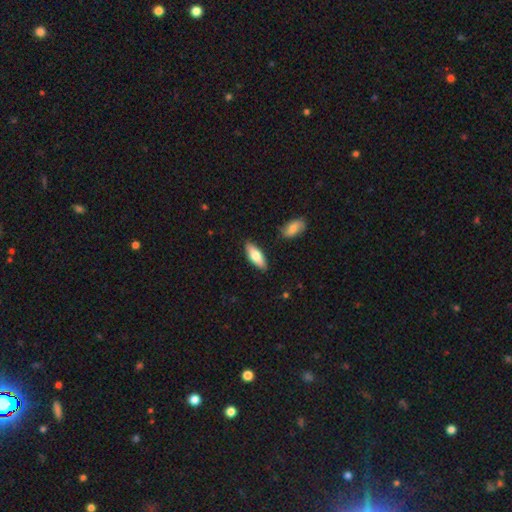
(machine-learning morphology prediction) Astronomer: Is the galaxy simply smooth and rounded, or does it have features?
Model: smooth — 72%.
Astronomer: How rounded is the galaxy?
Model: in between — 65%.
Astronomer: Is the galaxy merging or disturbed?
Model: none — 86%.